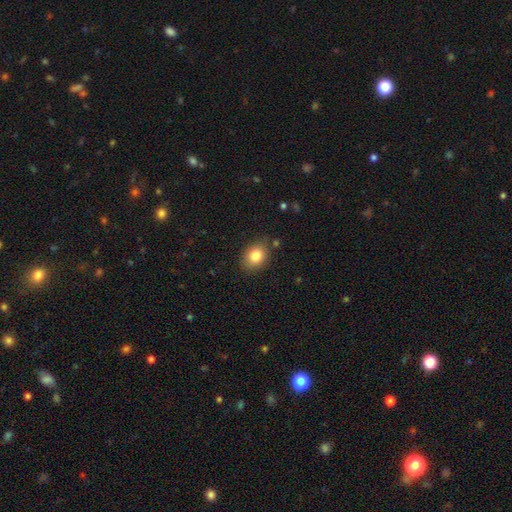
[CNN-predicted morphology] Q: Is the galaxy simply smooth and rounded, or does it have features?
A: smooth — 83%.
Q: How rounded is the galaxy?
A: in between — 58%.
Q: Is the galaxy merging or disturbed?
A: none — 82%.